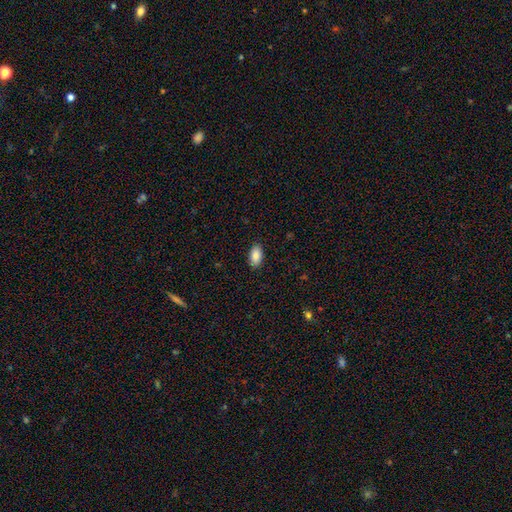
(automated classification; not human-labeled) smooth 88%, star or artifact 7%, featured or disk 5%. Down the decision tree: how rounded — in between (94%); merging — none (88%).